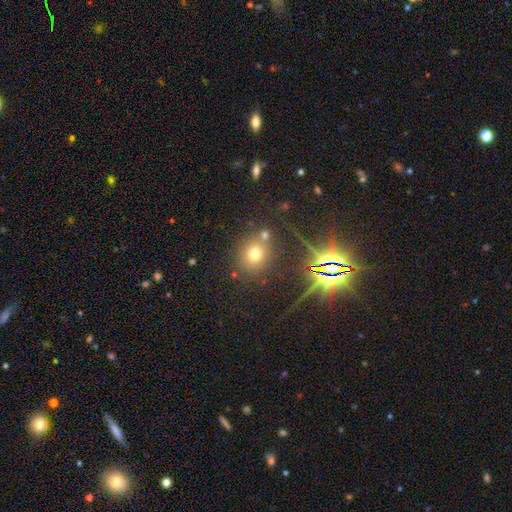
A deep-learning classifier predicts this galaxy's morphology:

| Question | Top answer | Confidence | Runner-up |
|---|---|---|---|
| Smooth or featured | smooth | 63% | star or artifact (26%) |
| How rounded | round | 75% | in between (24%) |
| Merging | none | 73% | merger (13%) |